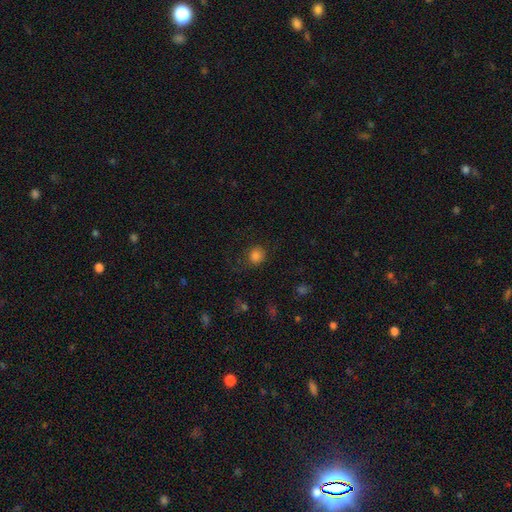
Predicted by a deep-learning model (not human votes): This appears to be a smooth galaxy with no disk features (82%) that is round (83%). Merging: none (79%).